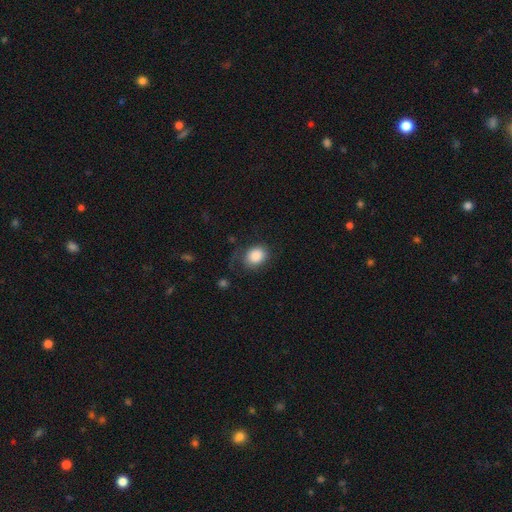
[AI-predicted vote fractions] Smooth or featured? Predicted: smooth (p=0.85). How rounded? Predicted: in between (p=0.53). Merging? Predicted: none (p=0.62).